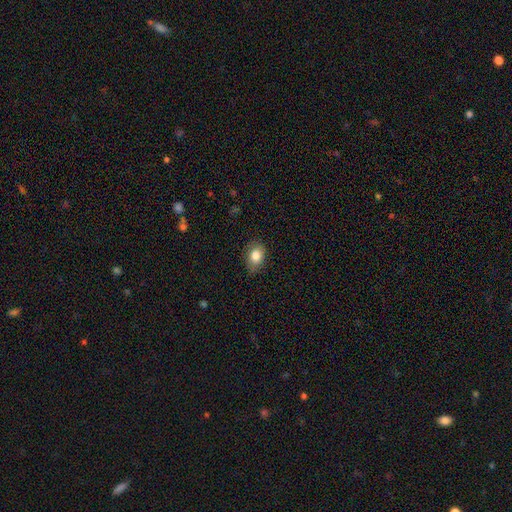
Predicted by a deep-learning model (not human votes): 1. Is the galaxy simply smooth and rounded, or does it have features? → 82% smooth, 9% featured or disk, 9% star or artifact.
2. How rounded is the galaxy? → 68% in between, 31% round, 1% cigar-shaped.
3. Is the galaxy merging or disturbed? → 74% none, 21% minor disturbance, 4% major disturbance, 1% merger.